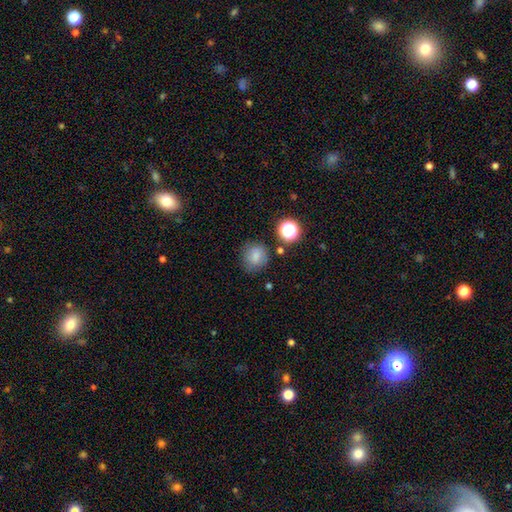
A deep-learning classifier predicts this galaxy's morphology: Smooth or featured: smooth — 77% (star or artifact — 14%)
How rounded: round — 81% (in between — 18%)
Merging: none — 76% (minor disturbance — 14%)